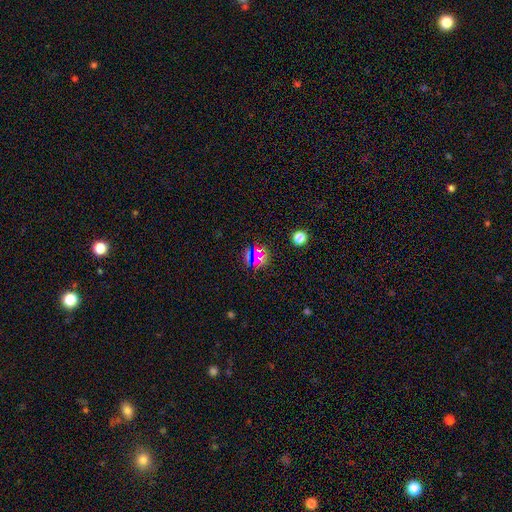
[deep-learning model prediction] This appears to be a star or artifact, not a galaxy (65%).